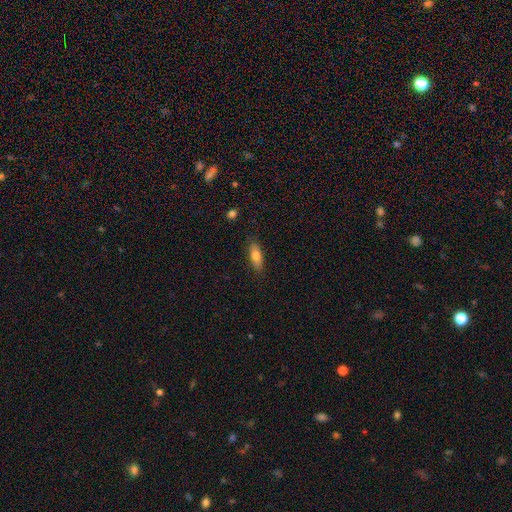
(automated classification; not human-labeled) Overall: smooth (76%). How rounded: in between (63%; cigar-shaped 35%). Merging: none (85%).